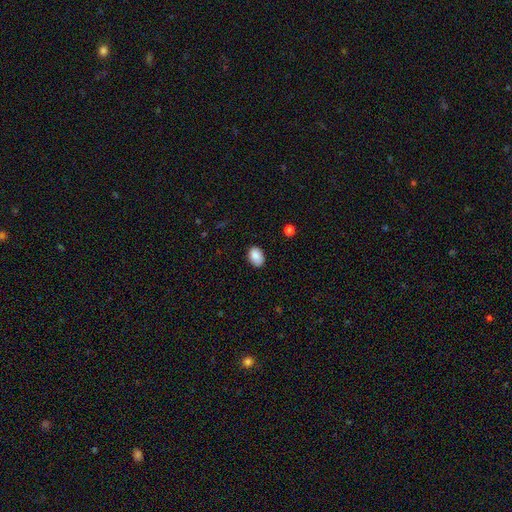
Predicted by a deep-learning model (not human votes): This is clearly a smooth galaxy (88%). How rounded: clearly in between (84%). Merging: clearly none (83%).